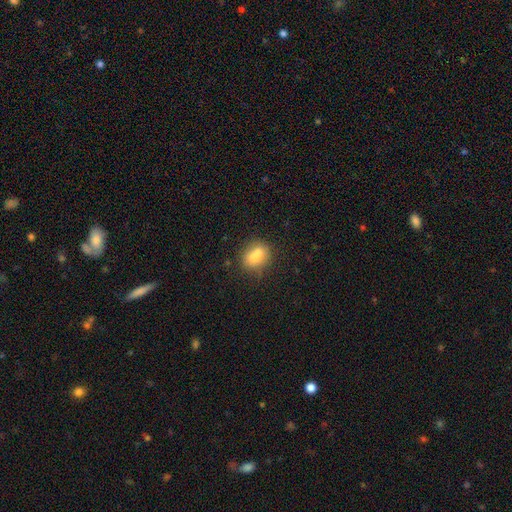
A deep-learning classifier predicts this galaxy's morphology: A smooth galaxy with no disk features (73%) that is round (49%, tied with in between). Merging: none (50%).